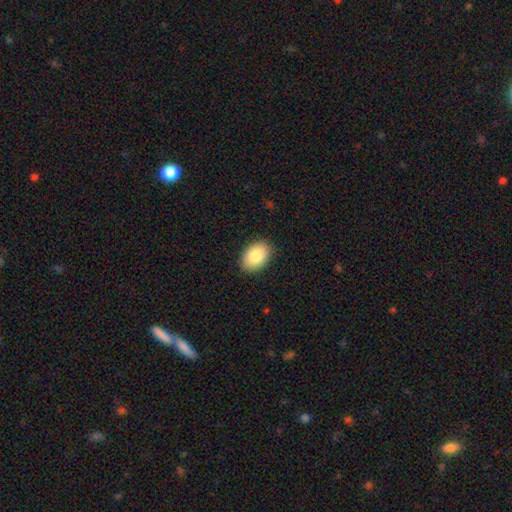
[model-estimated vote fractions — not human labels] Overall: smooth (86%). How rounded: in between (86%). Merging: none (89%).